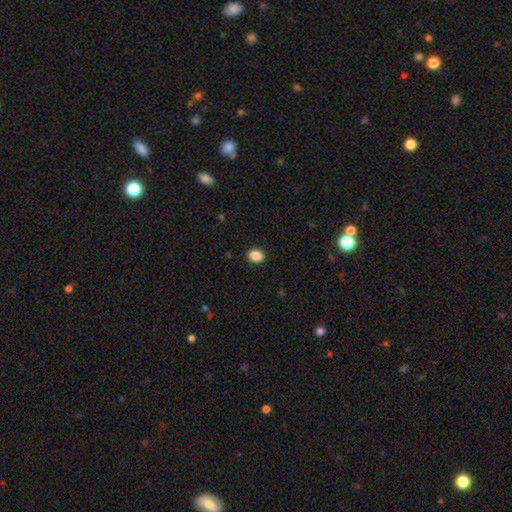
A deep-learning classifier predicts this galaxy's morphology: Smooth or featured? Predicted: smooth (p=0.89). How rounded? Predicted: in between (p=0.62). Merging? Predicted: none (p=0.90).